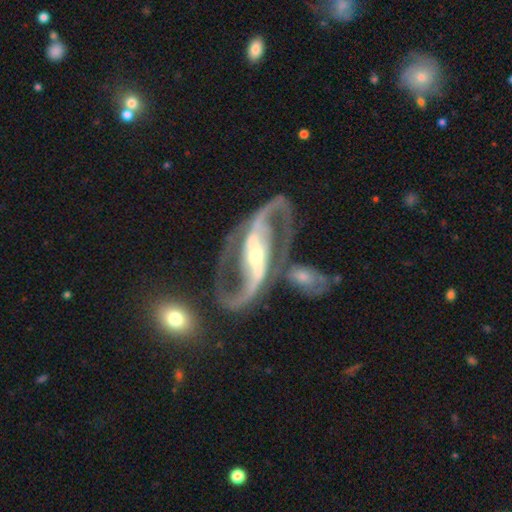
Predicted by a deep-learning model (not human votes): Smooth or featured? Predicted: featured or disk (p=0.91). Edge-on disk? Predicted: no (p=0.94). Bar? Predicted: strong (p=0.72). Spiral arms? Predicted: yes (p=0.91). Spiral winding? Predicted: medium (p=0.53). Spiral arm count? Predicted: 2 (p=0.91). Bulge size? Predicted: moderate (p=0.49). Merging? Predicted: none (p=0.57).